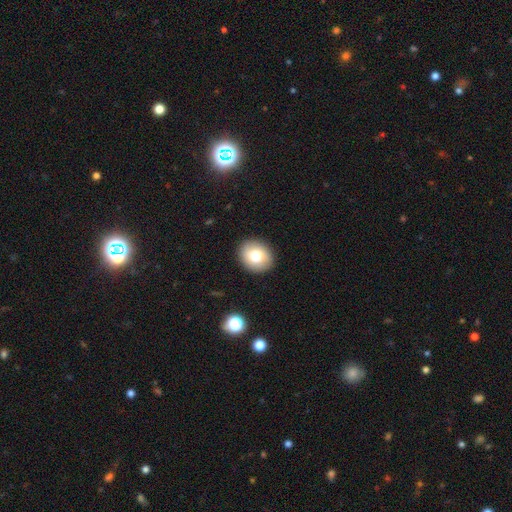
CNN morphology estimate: This is likely a smooth galaxy (77%). How rounded: likely round (68%). Merging: clearly none (91%).